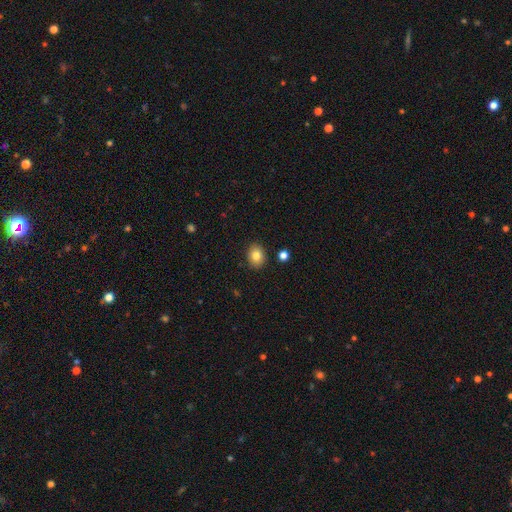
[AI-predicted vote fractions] smooth_or_featured: smooth (p=0.82) [alt: star or artifact p=0.09]
how_rounded: in between (p=0.53) [alt: round p=0.46]
merging: none (p=0.88) [alt: minor disturbance p=0.08]